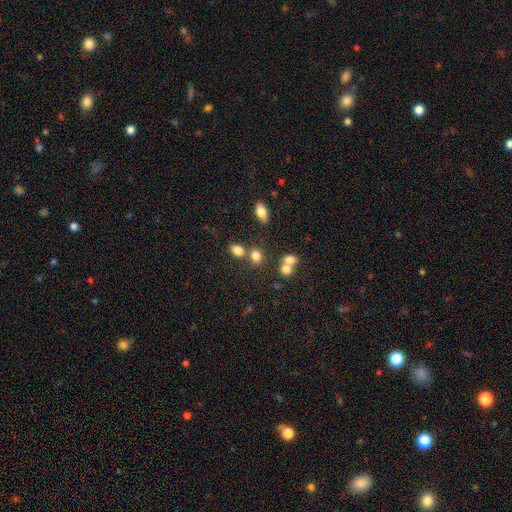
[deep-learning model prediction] smooth_or_featured: smooth (p=0.77) [alt: star or artifact p=0.14]
how_rounded: round (p=0.50) [alt: in between p=0.48]
merging: none (p=0.54) [alt: merger p=0.29]